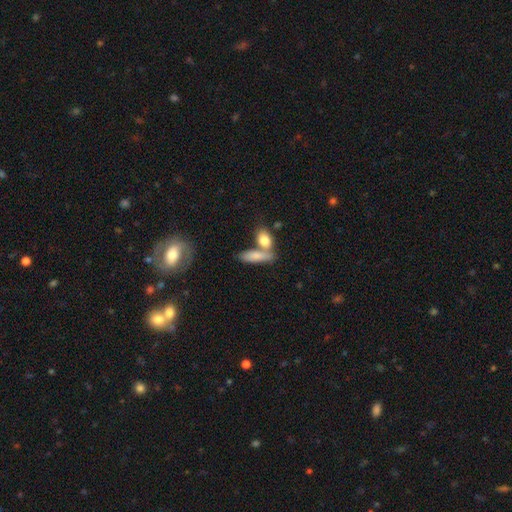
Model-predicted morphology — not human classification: smooth_or_featured: smooth (p=0.78) [alt: featured or disk p=0.15]
how_rounded: in between (p=0.58) [alt: cigar-shaped p=0.36]
merging: none (p=0.46) [alt: merger p=0.38]